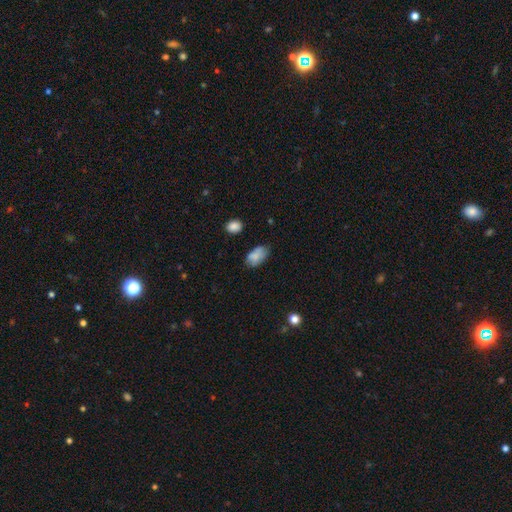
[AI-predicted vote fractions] Smooth or featured? smooth (78%)
How rounded? in between (92%)
Merging? none (61%)